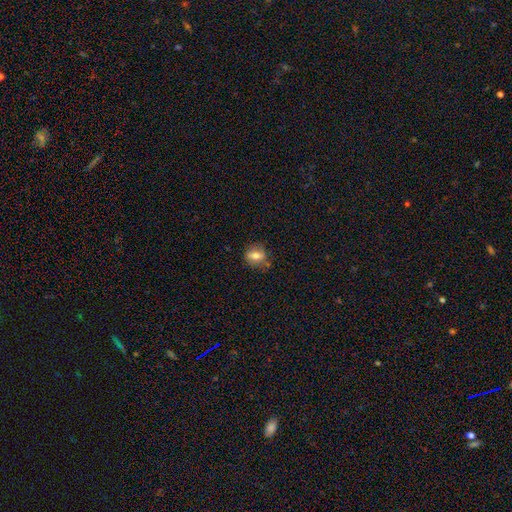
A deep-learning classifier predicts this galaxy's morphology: Smooth or featured? Predicted: smooth (p=0.71). How rounded? Predicted: in between (p=0.49). Merging? Predicted: none (p=0.73).